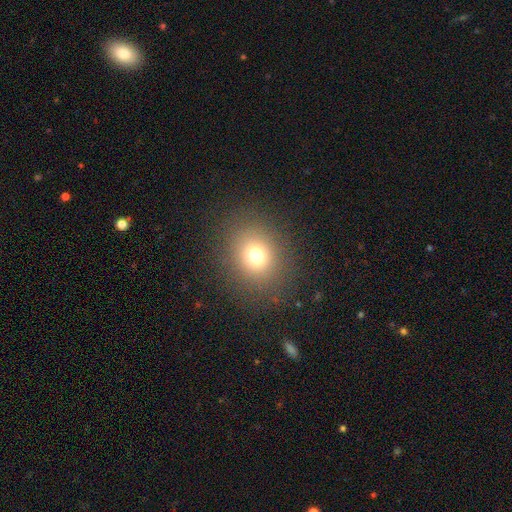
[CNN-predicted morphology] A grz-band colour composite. It shows a smooth galaxy with no disk features (71%) that is round (73%). Merging: none (87%).